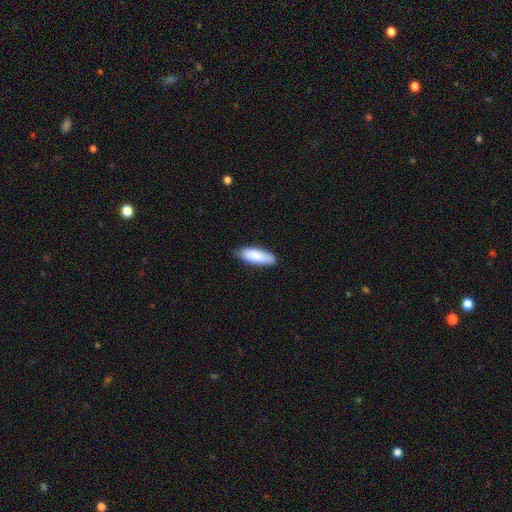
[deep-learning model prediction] A smooth galaxy with no disk features (87%) that is in between round and cigar-shaped (69%). Merging: none (74%).